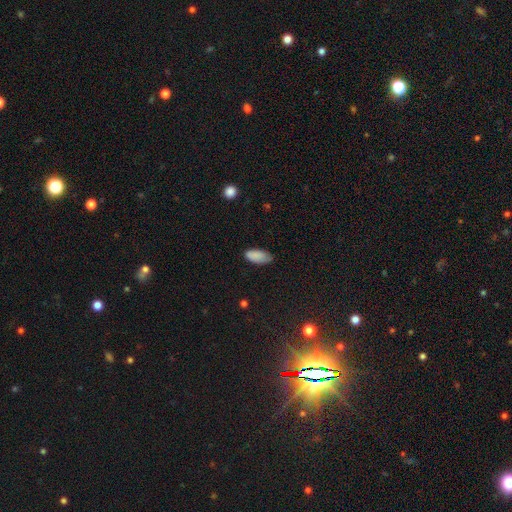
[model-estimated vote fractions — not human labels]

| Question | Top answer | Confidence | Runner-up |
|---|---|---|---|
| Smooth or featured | smooth | 87% | star or artifact (8%) |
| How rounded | in between | 91% | cigar-shaped (7%) |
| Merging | none | 66% | minor disturbance (27%) |